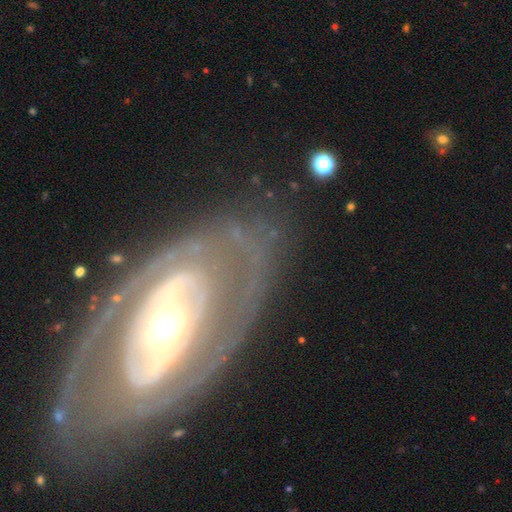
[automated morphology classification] A featured or disk galaxy (80%) with no bar (61%), spiral arms (59%) and a moderate central bulge (61%). Merging: none (78%).